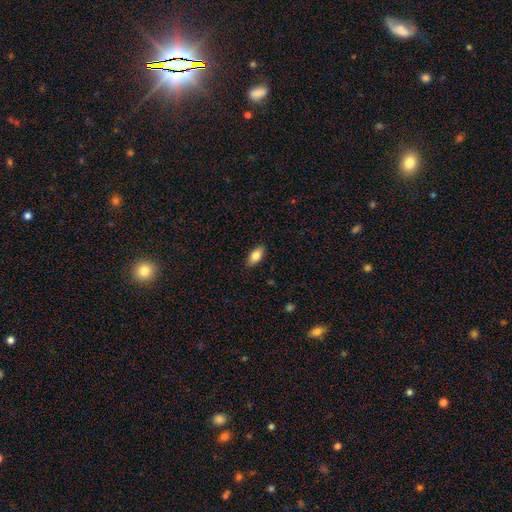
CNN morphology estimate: The model was most divided on "smooth or featured": smooth: 81%, featured or disk: 12%, star or artifact: 7%. More confident: how rounded — in between (88%); merging — none (88%).